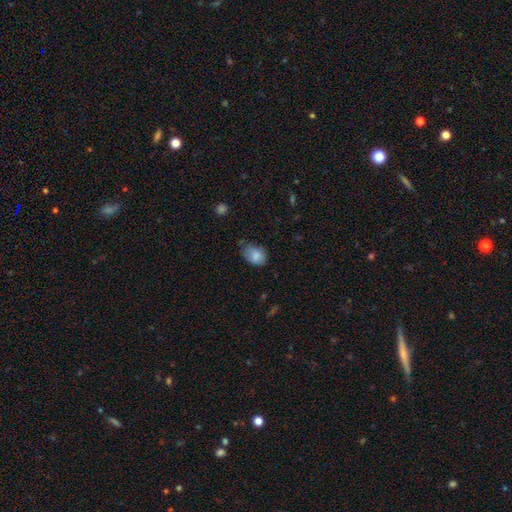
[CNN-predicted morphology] Overall: smooth (85%). How rounded: in between (76%). Merging: none (53%; minor disturbance 37%).